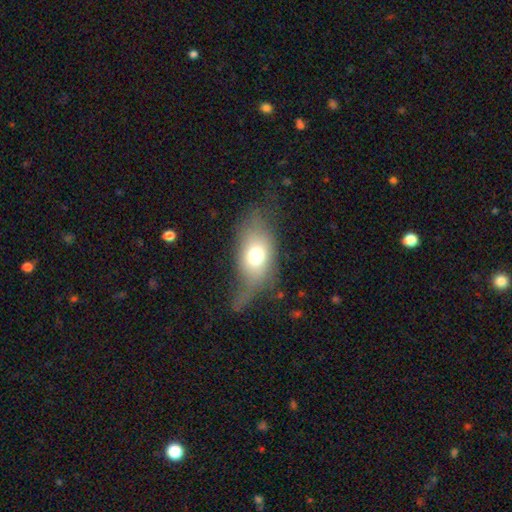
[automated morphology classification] type=smooth (64%); roundness=in between (79%); merging=none (40%).